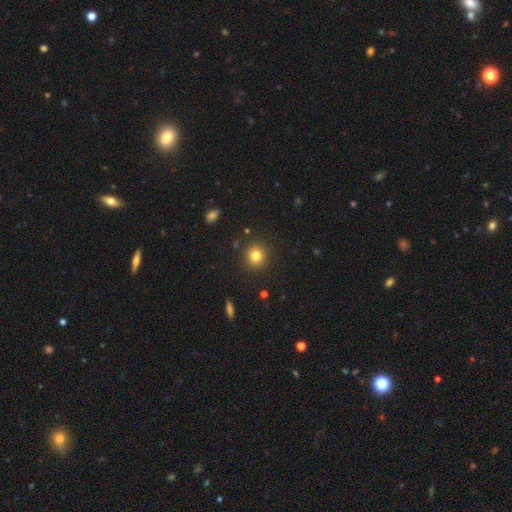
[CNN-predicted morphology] A smooth galaxy with no disk features (81%) that is round (91%). Merging: none (90%).